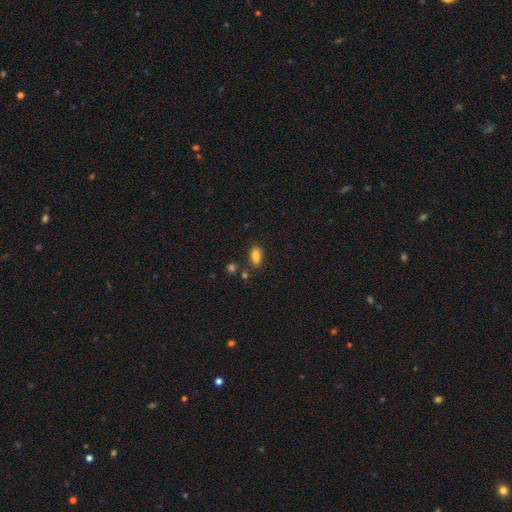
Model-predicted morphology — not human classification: Smooth or featured? smooth (85%)
How rounded? in between (88%)
Merging? none (80%)